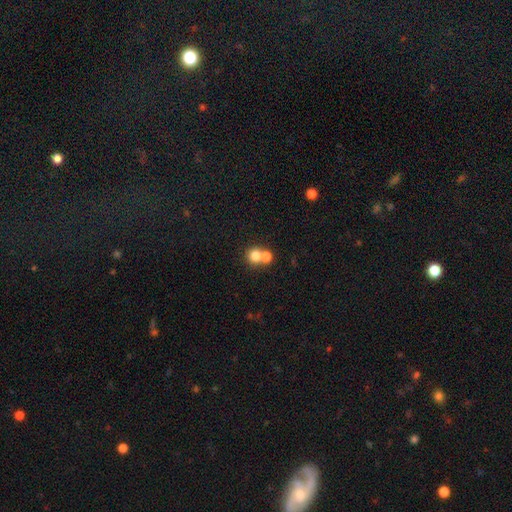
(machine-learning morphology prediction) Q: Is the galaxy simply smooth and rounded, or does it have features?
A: smooth — 77%.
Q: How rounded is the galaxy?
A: round — 86%.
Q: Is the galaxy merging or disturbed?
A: merger — 48%.